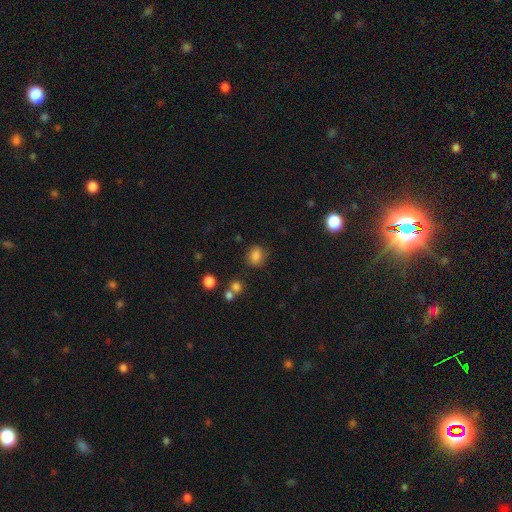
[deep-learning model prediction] smooth-or-featured: smooth: 82% | star or artifact: 12% | featured or disk: 7%
  how-rounded: round: 64% | in between: 35% | cigar-shaped: 1%
  merging: none: 79% | minor disturbance: 13% | merger: 4% | major disturbance: 4%